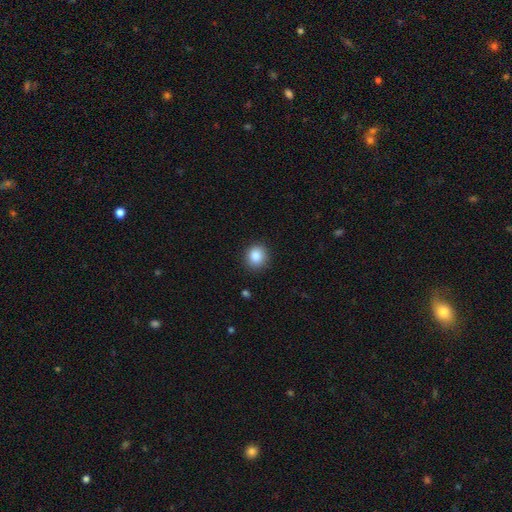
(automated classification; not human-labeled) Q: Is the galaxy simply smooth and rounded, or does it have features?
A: smooth — 87%.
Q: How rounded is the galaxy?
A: round — 85%.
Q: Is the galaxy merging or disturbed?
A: none — 89%.